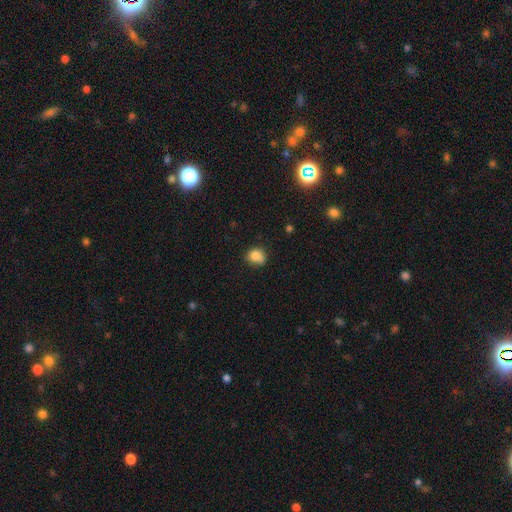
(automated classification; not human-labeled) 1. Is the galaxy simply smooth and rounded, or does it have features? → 81% smooth, 10% star or artifact, 8% featured or disk.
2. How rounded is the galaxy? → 67% round, 32% in between, 1% cigar-shaped.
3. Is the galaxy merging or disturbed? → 59% none, 28% minor disturbance, 7% major disturbance, 6% merger.